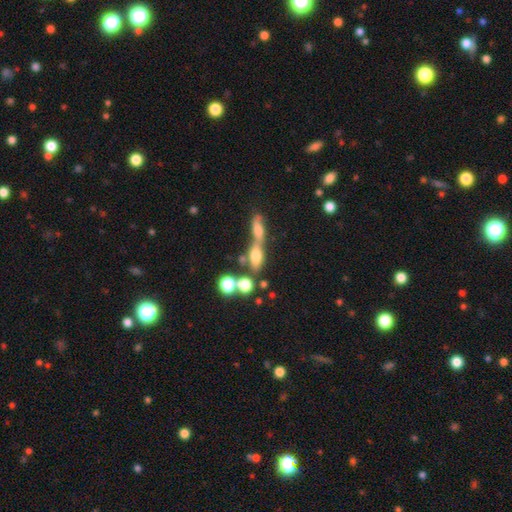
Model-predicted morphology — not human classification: smooth 60%, featured or disk 25%, star or artifact 15%. Down the decision tree: how rounded — in between (54%); merging — merger (57%).